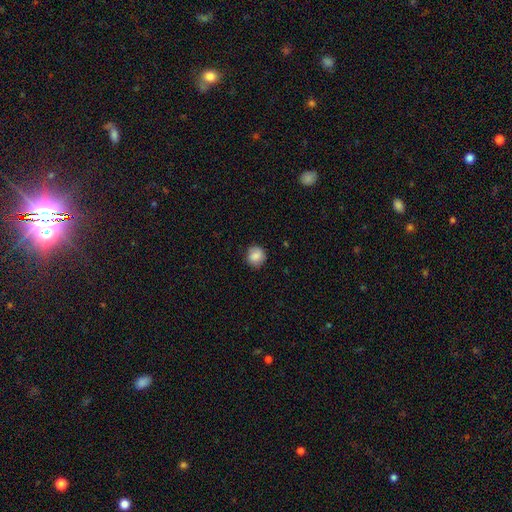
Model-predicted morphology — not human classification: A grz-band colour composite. It shows a smooth galaxy with no disk features (85%) that is round (88%). Merging: none (85%).